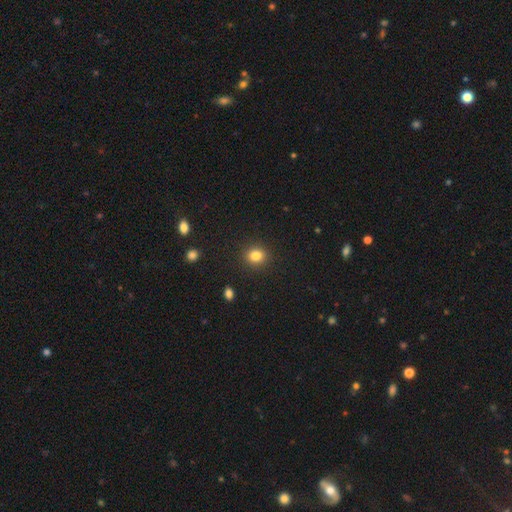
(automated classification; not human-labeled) A smooth galaxy with no disk features (83%) that is round (80%). Merging: none (90%).